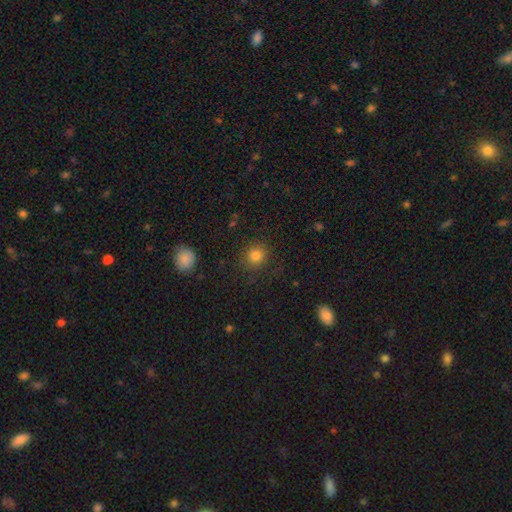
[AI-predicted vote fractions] A smooth galaxy with no disk features (82%) that is round (89%).

Vote fractions:
- Smooth or featured? smooth: 82% / star or artifact: 12% / featured or disk: 6%
- How rounded? round: 89% / in between: 10% / cigar-shaped: 1%
- Merging? none: 86% / minor disturbance: 9% / major disturbance: 4% / merger: 1%